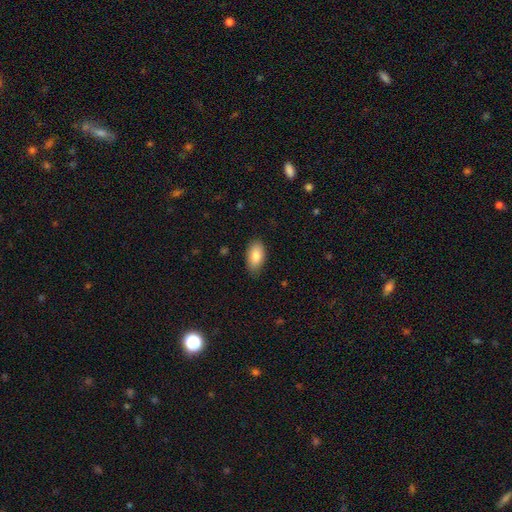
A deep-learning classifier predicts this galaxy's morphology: A smooth galaxy with no disk features (84%) that is in between round and cigar-shaped (94%). Merging: none (84%).